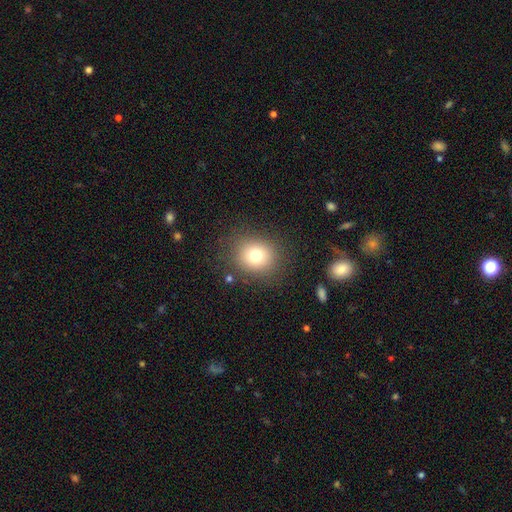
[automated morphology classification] Smooth or featured? smooth (76%)
How rounded? round (76%)
Merging? none (84%)